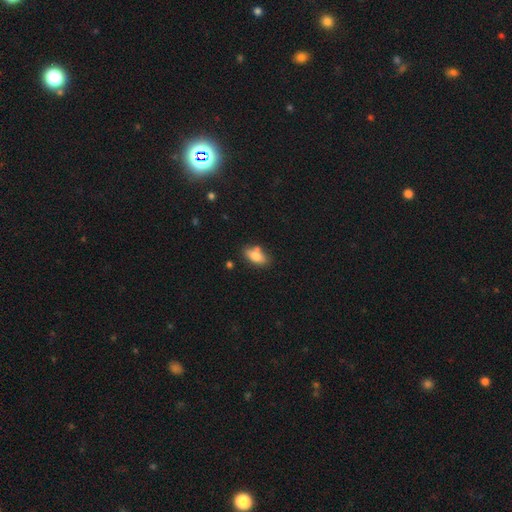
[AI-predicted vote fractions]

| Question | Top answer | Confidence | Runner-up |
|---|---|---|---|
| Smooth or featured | smooth | 77% | featured or disk (15%) |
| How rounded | in between | 88% | cigar-shaped (7%) |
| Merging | none | 68% | minor disturbance (18%) |